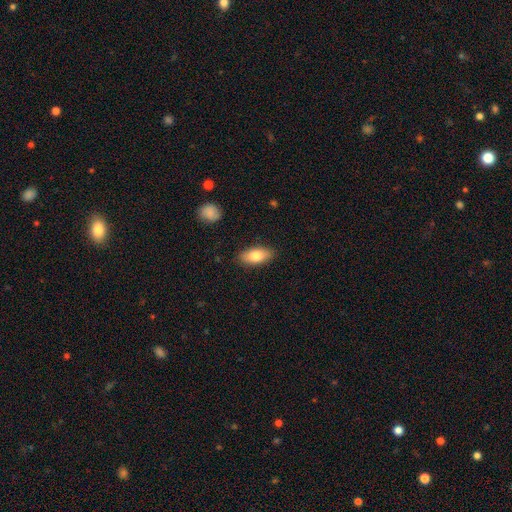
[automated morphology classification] Q: Smooth or featured?
A: smooth (77%); runner-up: featured or disk (16%)
Q: How rounded?
A: in between (85%); runner-up: cigar-shaped (12%)
Q: Merging?
A: none (87%); runner-up: minor disturbance (10%)